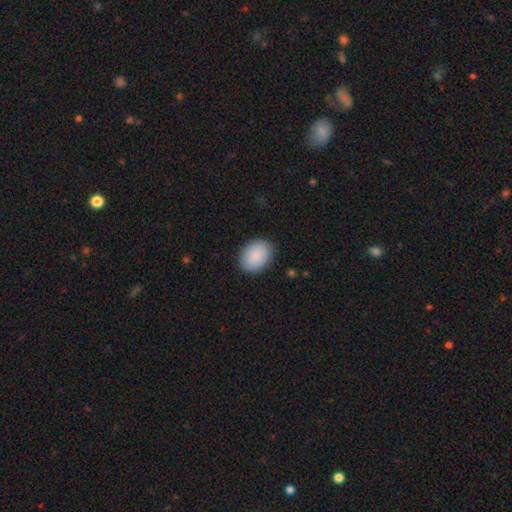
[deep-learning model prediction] Q: Smooth or featured?
A: smooth (87%); runner-up: featured or disk (7%)
Q: How rounded?
A: in between (75%); runner-up: round (24%)
Q: Merging?
A: none (86%); runner-up: minor disturbance (11%)